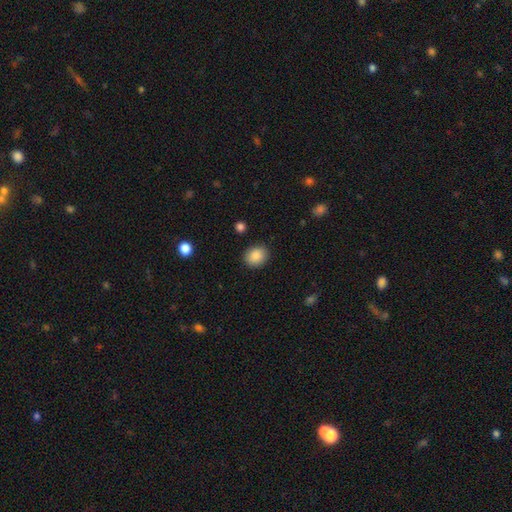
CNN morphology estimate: This is clearly a smooth galaxy (88%). How rounded: likely round (63%). Merging: clearly none (89%).